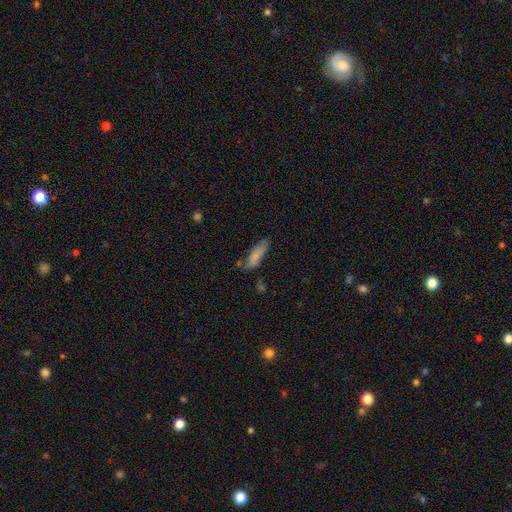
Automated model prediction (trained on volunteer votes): A smooth galaxy with no disk features (81%) that is cigar-shaped (64%).

Vote fractions:
- Smooth or featured? smooth: 81% / featured or disk: 12% / star or artifact: 7%
- How rounded? cigar-shaped: 64% / in between: 34% / round: 2%
- Merging? none: 68% / minor disturbance: 21% / merger: 6% / major disturbance: 5%